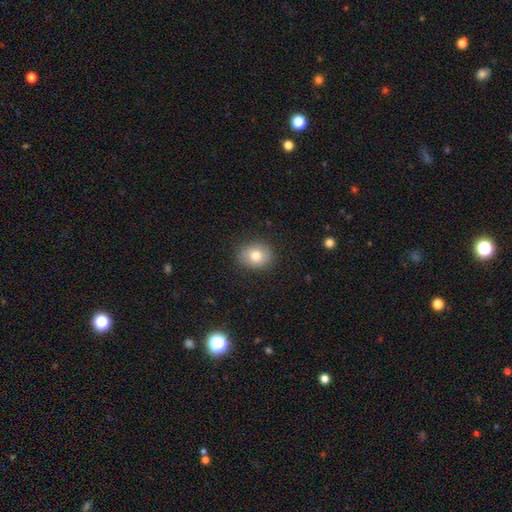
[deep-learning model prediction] This is likely a smooth galaxy (78%). How rounded: possibly round (55%). Merging: clearly none (84%).